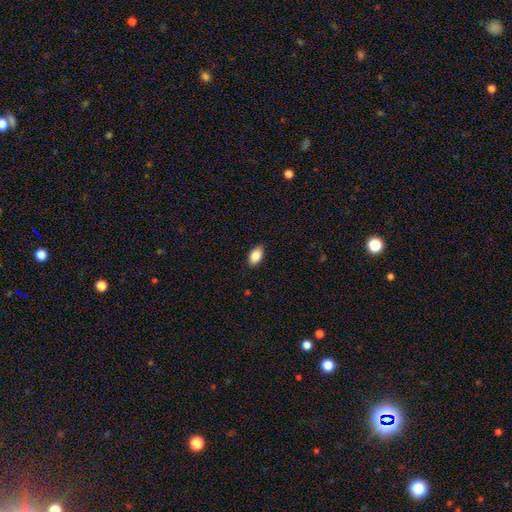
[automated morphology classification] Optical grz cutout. It shows a smooth galaxy with no disk features (86%) that is in between round and cigar-shaped (92%). Merging: none (88%).